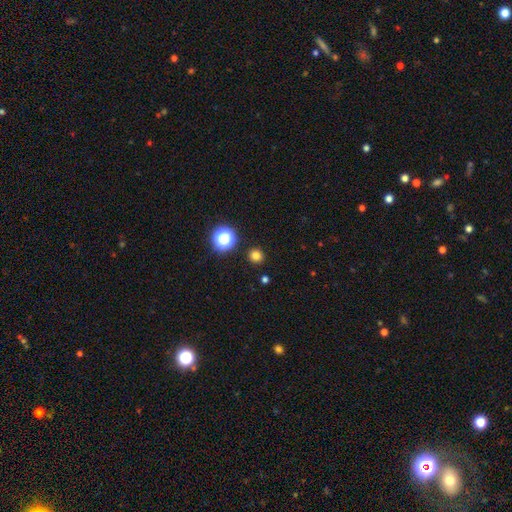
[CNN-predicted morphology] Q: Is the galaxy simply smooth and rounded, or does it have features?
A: smooth — 78%.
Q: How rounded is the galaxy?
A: round — 94%.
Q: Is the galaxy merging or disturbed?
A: none — 92%.